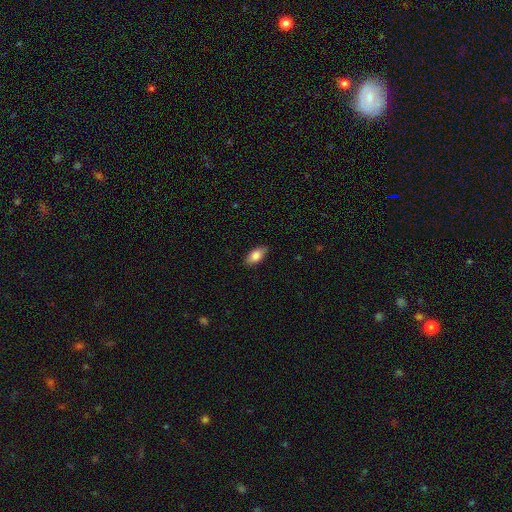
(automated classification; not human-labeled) A smooth galaxy with no disk features (83%) that is in between round and cigar-shaped (91%).

Vote fractions:
- Smooth or featured? smooth: 83% / featured or disk: 11% / star or artifact: 7%
- How rounded? in between: 91% / cigar-shaped: 6% / round: 4%
- Merging? none: 85% / minor disturbance: 11% / major disturbance: 2% / merger: 1%